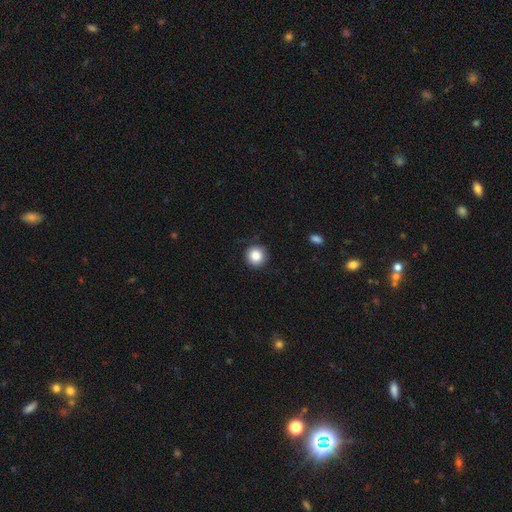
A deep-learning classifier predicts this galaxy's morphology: A smooth galaxy with no disk features (85%) that is round (95%). Merging: none (87%).